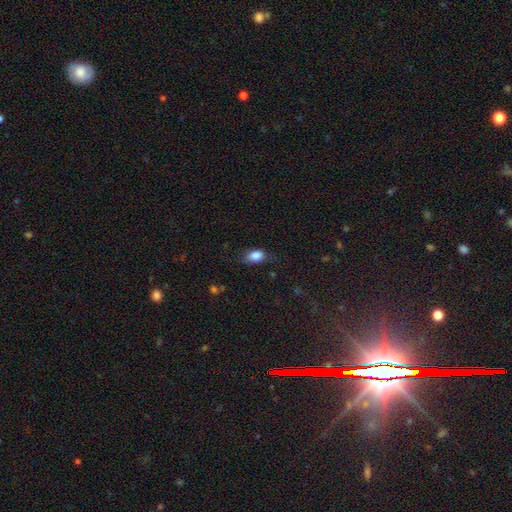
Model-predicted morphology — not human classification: Smooth or featured: smooth — 83% (featured or disk — 9%)
How rounded: in between — 83% (round — 13%)
Merging: none — 65% (minor disturbance — 26%)